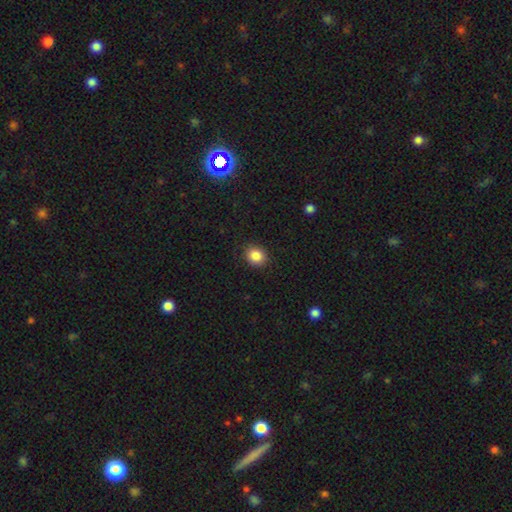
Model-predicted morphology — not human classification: smooth 87%, star or artifact 9%, featured or disk 4%. Down the decision tree: how rounded — round (71%); merging — none (88%).